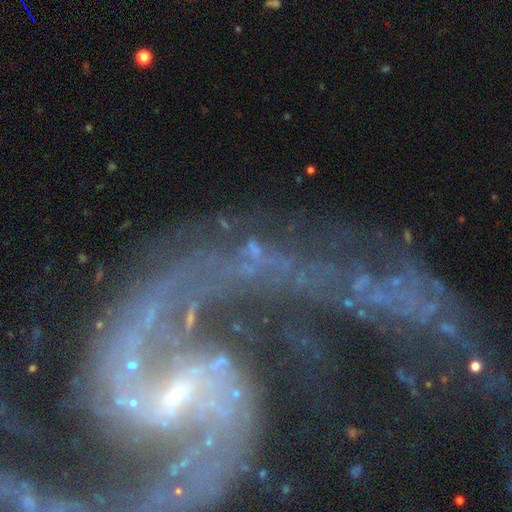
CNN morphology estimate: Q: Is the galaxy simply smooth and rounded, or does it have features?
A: featured or disk — 59%.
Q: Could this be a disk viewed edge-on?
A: no — 89%.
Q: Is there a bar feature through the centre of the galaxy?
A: no — 46%.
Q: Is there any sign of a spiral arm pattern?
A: yes — 78%.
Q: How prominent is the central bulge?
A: small — 46%.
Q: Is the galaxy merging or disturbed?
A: none — 50%.